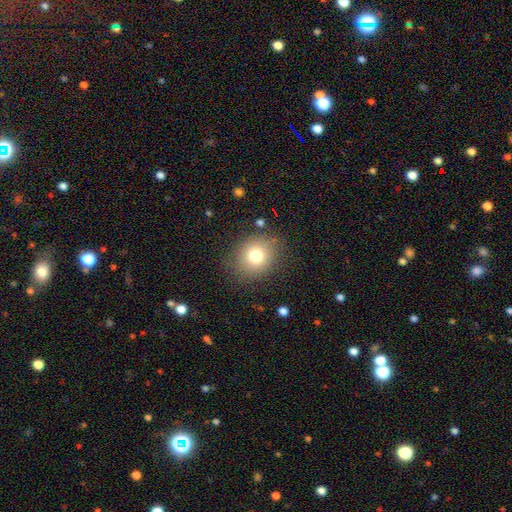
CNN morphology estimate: This appears to be a smooth galaxy with no disk features (76%) that is round (73%). Merging: none (83%).